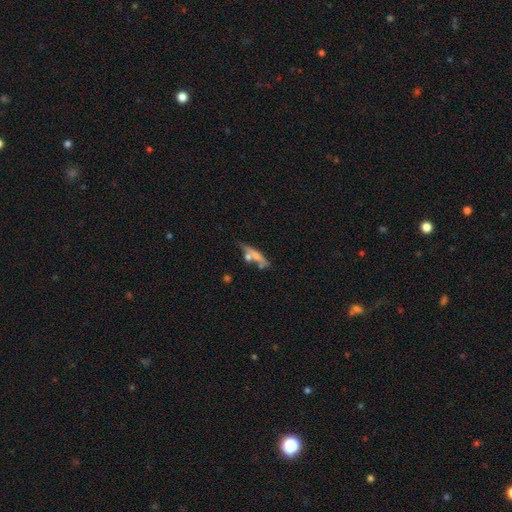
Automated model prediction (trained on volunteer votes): A smooth galaxy with no disk features (47%).

Vote fractions:
- Smooth or featured? smooth: 47% / featured or disk: 44% / star or artifact: 8%
- Merging? none: 56% / merger: 22% / minor disturbance: 16% / major disturbance: 6%